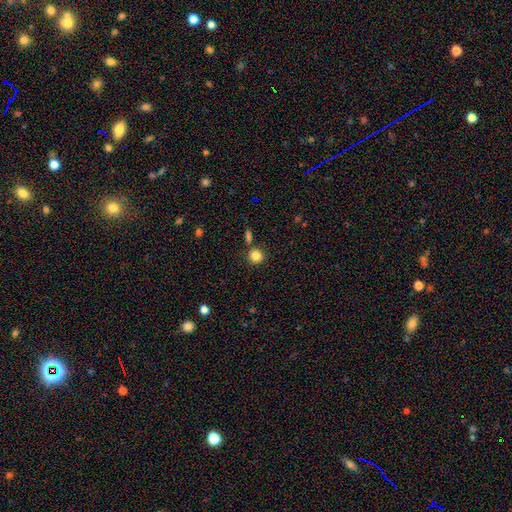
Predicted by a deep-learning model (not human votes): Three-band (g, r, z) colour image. It shows a smooth galaxy with no disk features (84%) that is round (91%). Merging: none (78%).